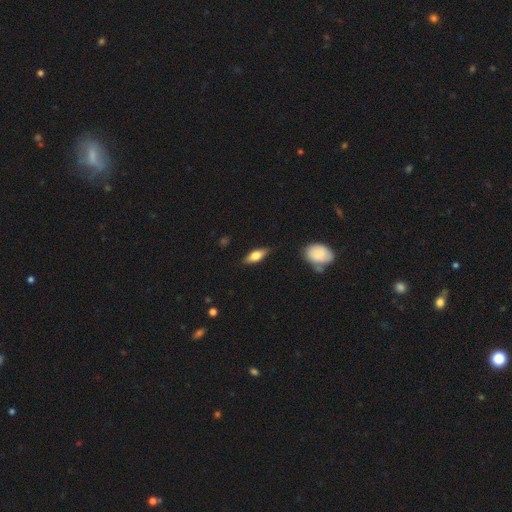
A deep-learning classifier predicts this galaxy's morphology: Q: Smooth or featured?
A: smooth (65%); runner-up: featured or disk (28%)
Q: How rounded?
A: in between (72%); runner-up: cigar-shaped (25%)
Q: Merging?
A: none (83%); runner-up: minor disturbance (13%)